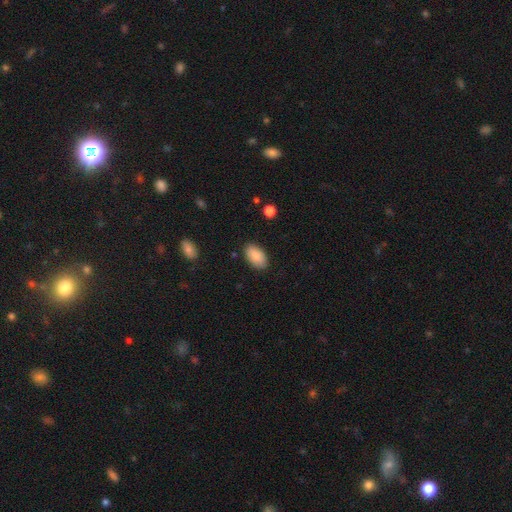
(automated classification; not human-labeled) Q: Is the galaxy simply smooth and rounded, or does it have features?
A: smooth — 85%.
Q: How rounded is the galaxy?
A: in between — 94%.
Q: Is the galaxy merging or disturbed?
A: none — 86%.